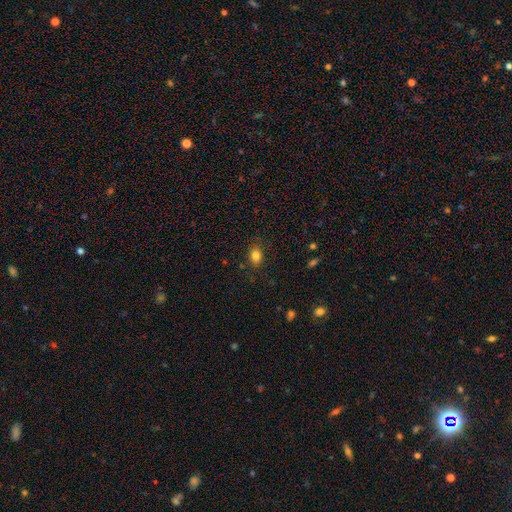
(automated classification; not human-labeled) Smooth or featured? Predicted: smooth (p=0.83). How rounded? Predicted: in between (p=0.69). Merging? Predicted: none (p=0.84).